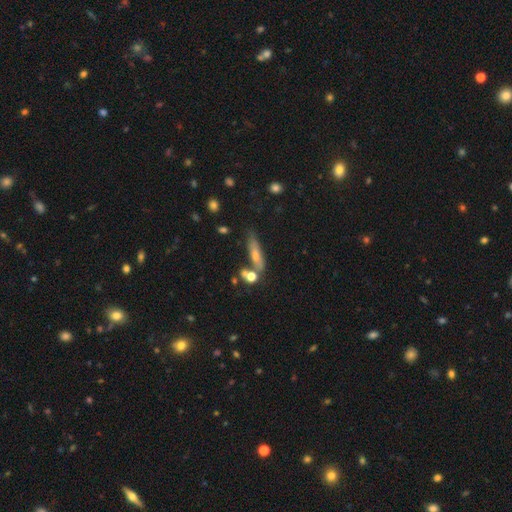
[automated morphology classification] Smooth or featured?
  - smooth: 50% *
  - featured or disk: 38%
  - star or artifact: 12%
Merging?
  - none: 64% *
  - minor disturbance: 16%
  - merger: 14%
  - major disturbance: 6%